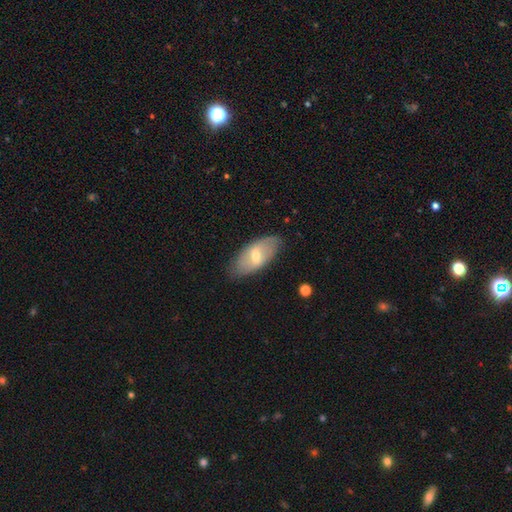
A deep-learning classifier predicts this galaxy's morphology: This appears to be a smooth galaxy with no disk features (49%). Merging: none (81%).